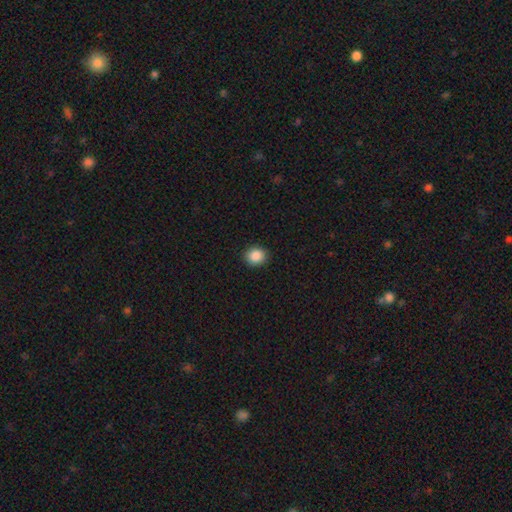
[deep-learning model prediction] Morphology: type=smooth (88%); roundness=round (76%); merging=none (91%).